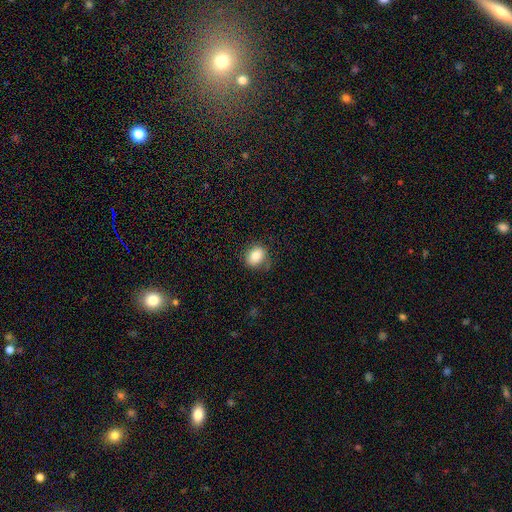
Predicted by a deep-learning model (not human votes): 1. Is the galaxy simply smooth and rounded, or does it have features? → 81% smooth, 10% featured or disk, 9% star or artifact.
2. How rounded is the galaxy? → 52% in between, 47% round, 1% cigar-shaped.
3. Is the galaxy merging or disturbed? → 72% none, 20% minor disturbance, 6% major disturbance, 1% merger.